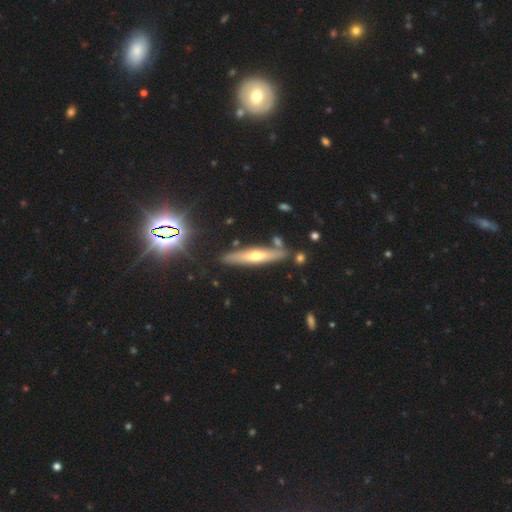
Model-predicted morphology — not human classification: Smooth or featured? Predicted: featured or disk (p=0.54). Edge-on disk? Predicted: yes (p=0.88). Merging? Predicted: none (p=0.81).